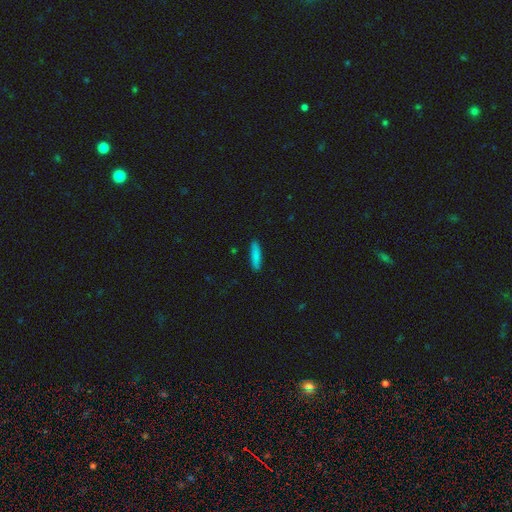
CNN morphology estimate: A smooth galaxy with no disk features (84%) that is cigar-shaped (78%).

Vote fractions:
- Smooth or featured? smooth: 84% / featured or disk: 10% / star or artifact: 7%
- How rounded? cigar-shaped: 78% / in between: 21% / round: 2%
- Merging? none: 89% / minor disturbance: 8% / major disturbance: 2% / merger: 1%